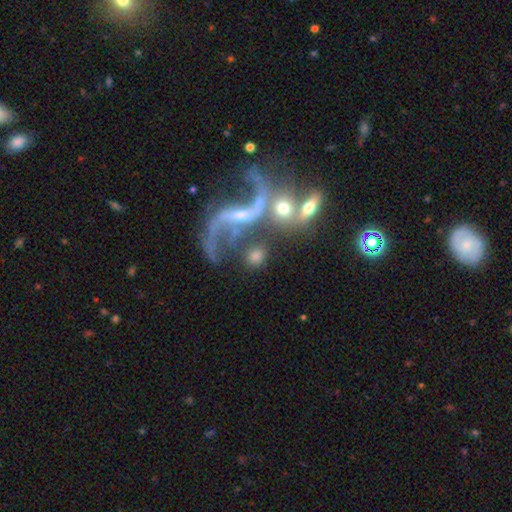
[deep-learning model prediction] smooth 54%, featured or disk 35%, star or artifact 11%. Down the decision tree: how rounded — round (62%); merging — none (39%).